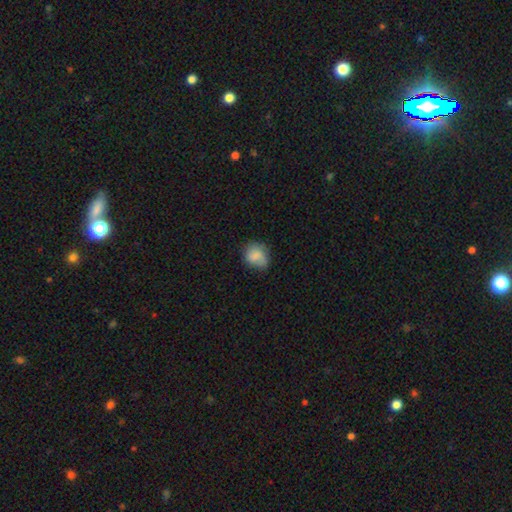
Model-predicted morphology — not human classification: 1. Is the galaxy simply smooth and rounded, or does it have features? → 80% smooth, 12% featured or disk, 8% star or artifact.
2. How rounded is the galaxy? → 64% round, 35% in between, 1% cigar-shaped.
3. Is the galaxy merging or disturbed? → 60% none, 29% minor disturbance, 9% major disturbance, 2% merger.